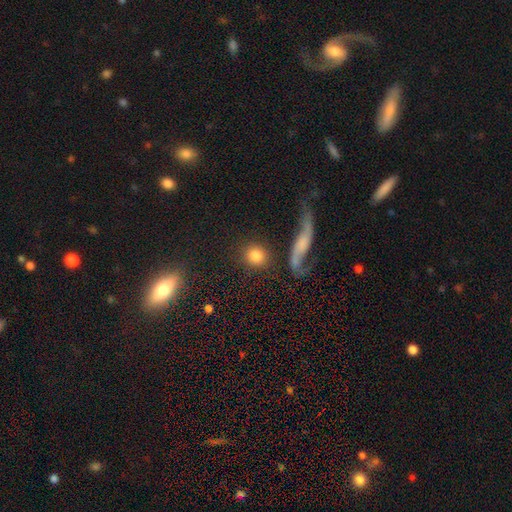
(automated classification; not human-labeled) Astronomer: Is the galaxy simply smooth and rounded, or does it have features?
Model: smooth — 81%.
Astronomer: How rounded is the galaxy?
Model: round — 87%.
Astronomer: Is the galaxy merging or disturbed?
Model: none — 79%.